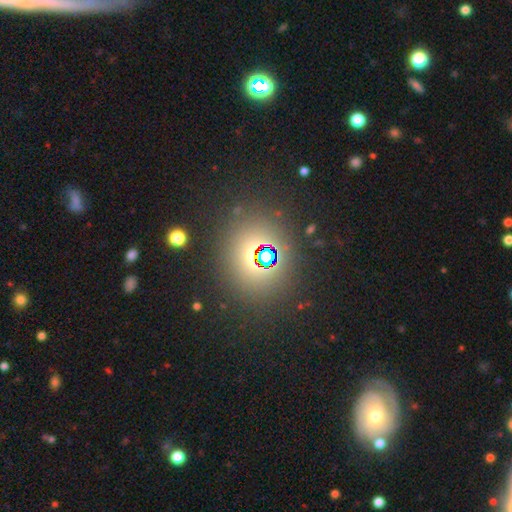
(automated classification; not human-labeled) Overall: star or artifact (58%; smooth 32%).